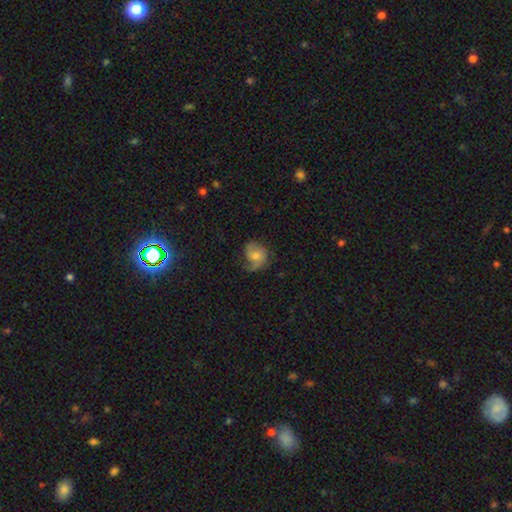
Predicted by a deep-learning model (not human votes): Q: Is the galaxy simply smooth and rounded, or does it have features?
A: featured or disk — 57%.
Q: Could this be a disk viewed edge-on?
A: no — 97%.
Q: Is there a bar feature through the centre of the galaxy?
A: no — 66%.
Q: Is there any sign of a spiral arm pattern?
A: yes — 90%.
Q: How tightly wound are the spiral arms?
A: medium — 45%.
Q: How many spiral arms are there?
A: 2 — 64%.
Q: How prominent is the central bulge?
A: moderate — 48%.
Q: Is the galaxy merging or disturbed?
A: none — 56%.